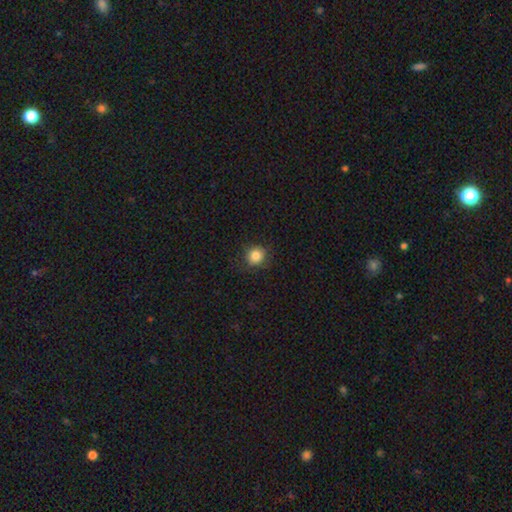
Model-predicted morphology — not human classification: smooth_or_featured: smooth (p=0.84) [alt: star or artifact p=0.11]
how_rounded: round (p=0.88) [alt: in between p=0.11]
merging: none (p=0.84) [alt: minor disturbance p=0.12]